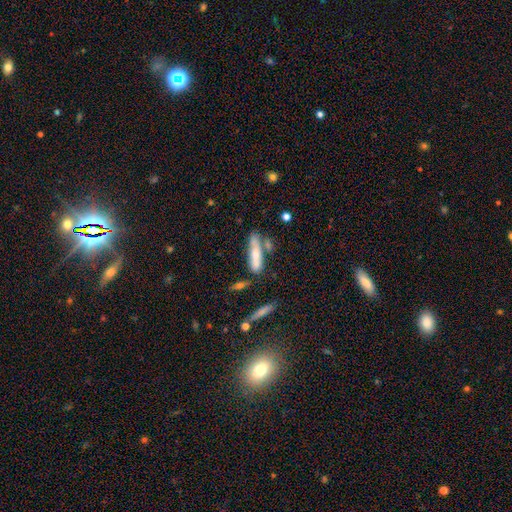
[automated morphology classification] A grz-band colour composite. It shows a smooth galaxy with no disk features (64%) that is cigar-shaped (77%). Merging: none (57%).